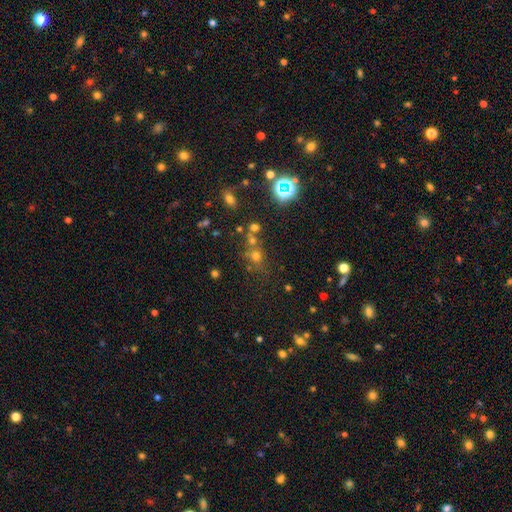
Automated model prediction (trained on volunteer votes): smooth 55%, star or artifact 34%, featured or disk 11%. Down the decision tree: how rounded — round (83%); merging — none (62%).